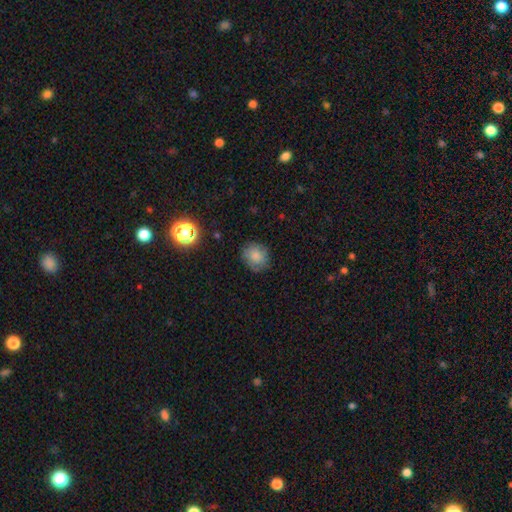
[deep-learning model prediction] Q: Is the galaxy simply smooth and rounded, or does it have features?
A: smooth — 79%.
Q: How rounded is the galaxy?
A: round — 74%.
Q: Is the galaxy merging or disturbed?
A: none — 78%.